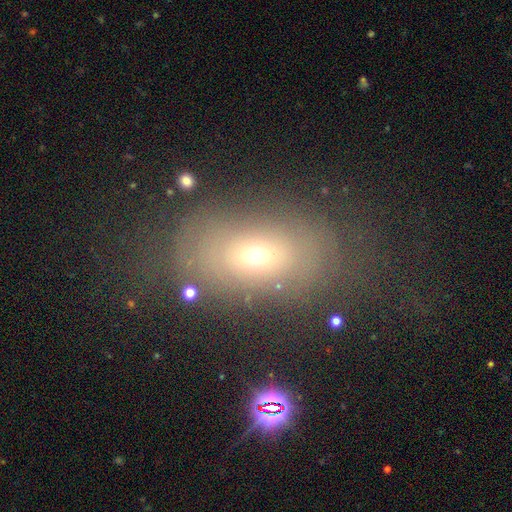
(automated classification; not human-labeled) A smooth galaxy with no disk features (54%) that is in between round and cigar-shaped (76%).

Vote fractions:
- Smooth or featured? smooth: 54% / featured or disk: 29% / star or artifact: 17%
- How rounded? in between: 76% / round: 21% / cigar-shaped: 3%
- Merging? none: 63% / major disturbance: 17% / minor disturbance: 17% / merger: 3%